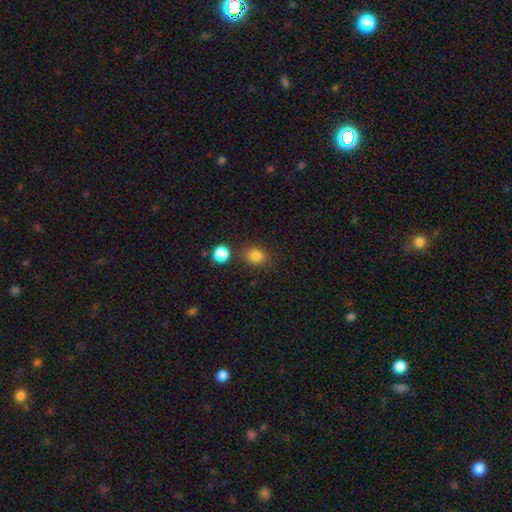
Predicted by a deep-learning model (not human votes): A smooth galaxy with no disk features (83%) that is round (71%). Merging: none (78%).